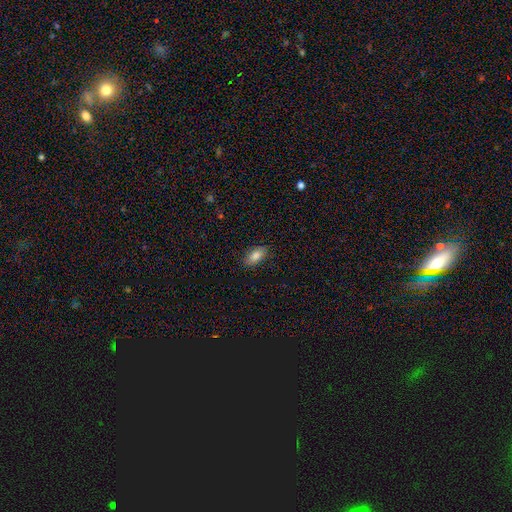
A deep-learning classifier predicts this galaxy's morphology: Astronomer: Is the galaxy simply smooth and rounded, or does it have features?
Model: smooth — 86%.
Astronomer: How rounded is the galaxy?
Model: in between — 91%.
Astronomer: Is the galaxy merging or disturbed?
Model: none — 87%.